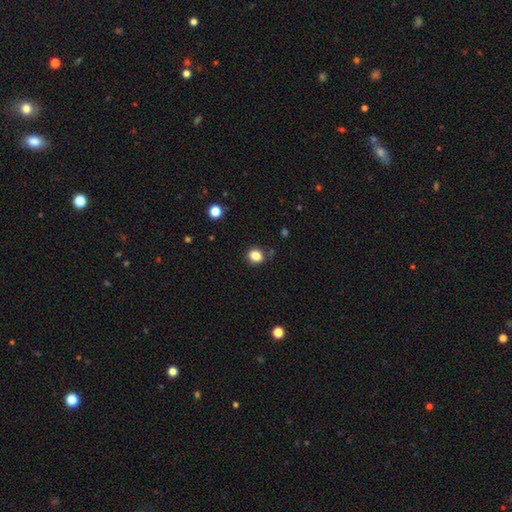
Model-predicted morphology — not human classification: Smooth or featured? Predicted: smooth (p=0.84). How rounded? Predicted: round (p=0.68). Merging? Predicted: none (p=0.85).